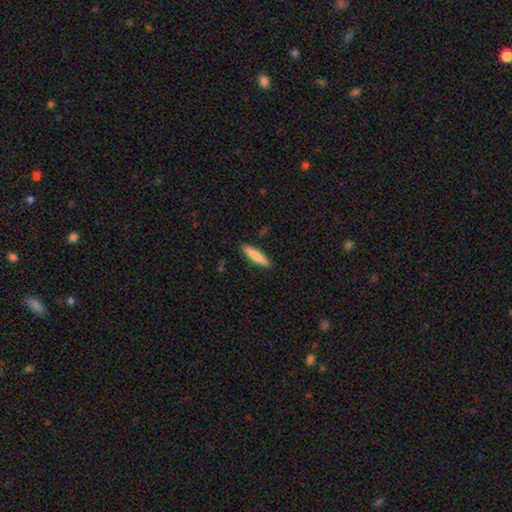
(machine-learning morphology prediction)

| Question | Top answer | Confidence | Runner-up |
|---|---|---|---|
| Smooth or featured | smooth | 80% | featured or disk (15%) |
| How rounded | cigar-shaped | 80% | in between (19%) |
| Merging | none | 90% | minor disturbance (8%) |